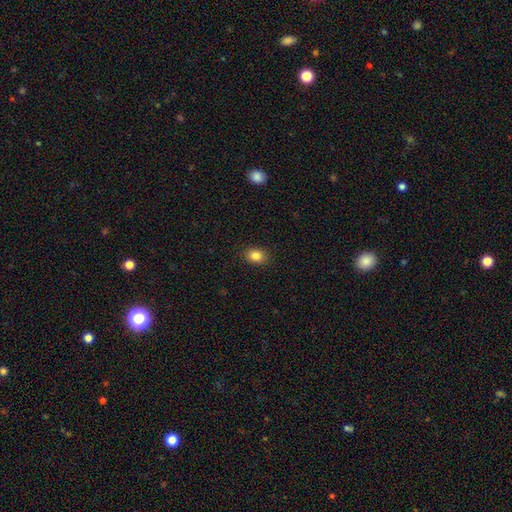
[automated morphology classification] Smooth or featured? smooth (85%)
How rounded? in between (59%)
Merging? none (89%)